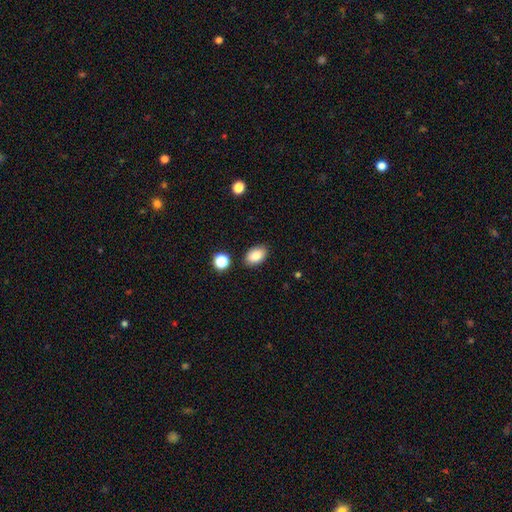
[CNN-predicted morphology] Smooth or featured? smooth (87%)
How rounded? in between (90%)
Merging? none (85%)